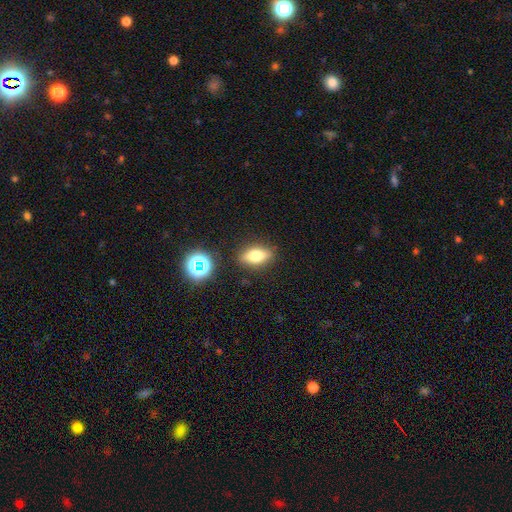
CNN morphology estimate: Q: Smooth or featured?
A: smooth (67%); runner-up: featured or disk (22%)
Q: How rounded?
A: in between (77%); runner-up: cigar-shaped (16%)
Q: Merging?
A: none (84%); runner-up: minor disturbance (10%)